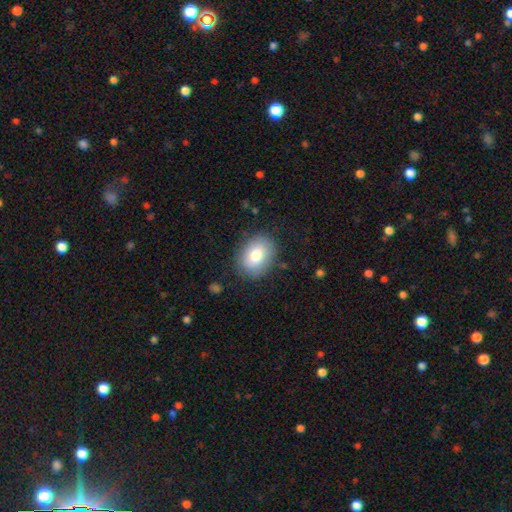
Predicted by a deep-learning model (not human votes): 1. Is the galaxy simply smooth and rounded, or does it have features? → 80% smooth, 12% featured or disk, 8% star or artifact.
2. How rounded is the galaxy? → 63% in between, 36% round, 1% cigar-shaped.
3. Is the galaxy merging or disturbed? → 84% none, 12% minor disturbance, 4% major disturbance, 1% merger.